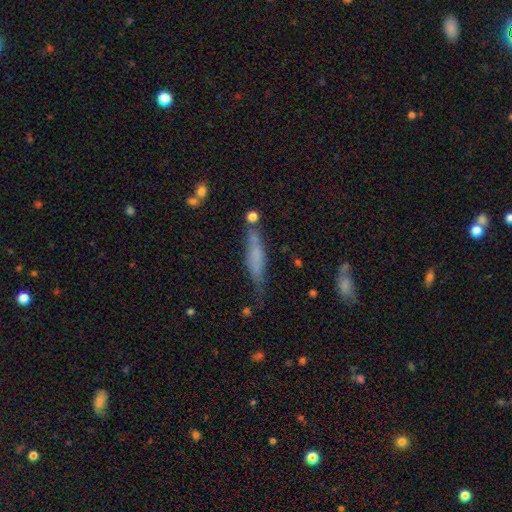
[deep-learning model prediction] smooth-or-featured: smooth: 56% | featured or disk: 35% | star or artifact: 10%
  how-rounded: cigar-shaped: 82% | in between: 16% | round: 2%
  merging: none: 59% | minor disturbance: 25% | major disturbance: 8% | merger: 7%